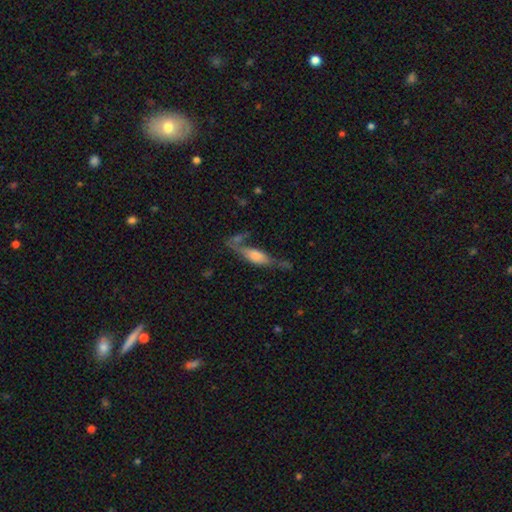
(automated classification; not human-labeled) This is possibly a smooth galaxy (58%). How rounded: likely in between (60%). Merging: marginally none (34%).